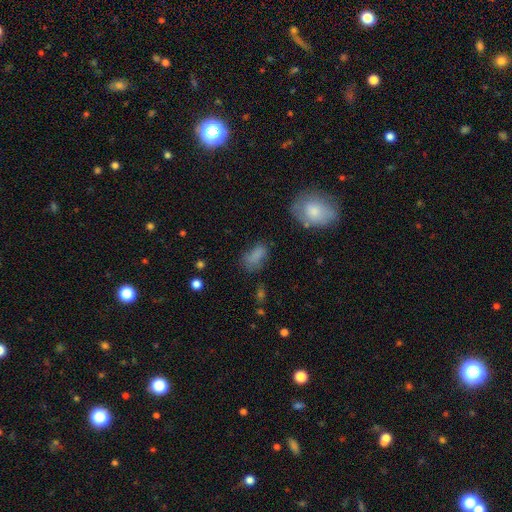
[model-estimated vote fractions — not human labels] smooth_or_featured: smooth (p=0.76) [alt: star or artifact p=0.12]
how_rounded: in between (p=0.86) [alt: round p=0.09]
merging: none (p=0.49) [alt: minor disturbance p=0.28]